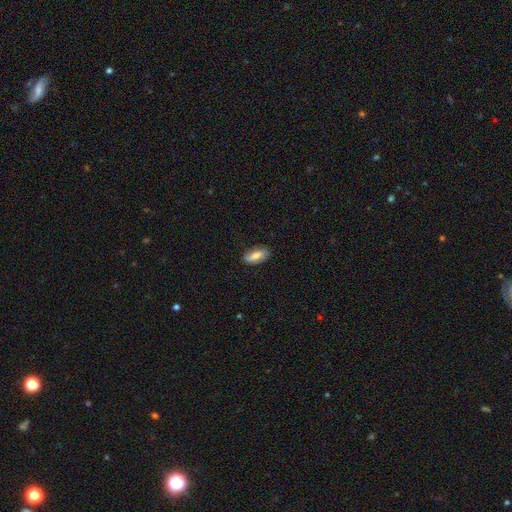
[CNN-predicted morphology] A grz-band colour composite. It shows a smooth galaxy with no disk features (77%) that is in between round and cigar-shaped (81%). Merging: none (84%).